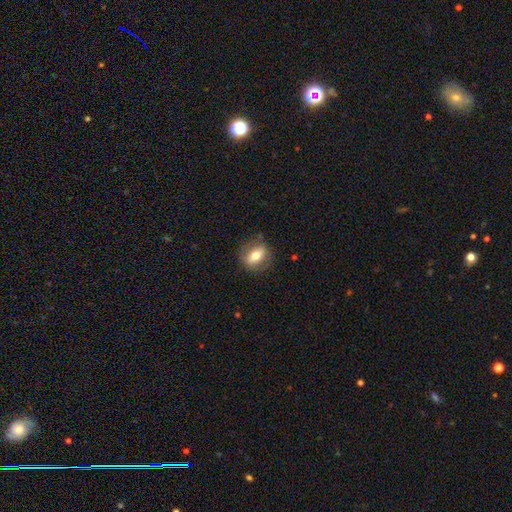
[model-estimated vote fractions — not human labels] Q: Smooth or featured?
A: smooth (60%); runner-up: featured or disk (33%)
Q: How rounded?
A: in between (57%); runner-up: round (39%)
Q: Merging?
A: none (80%); runner-up: minor disturbance (14%)